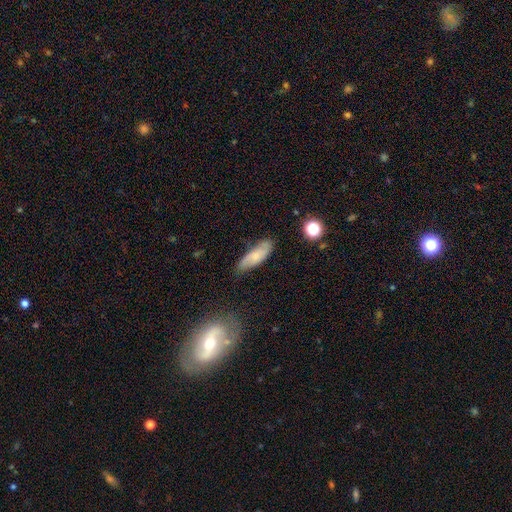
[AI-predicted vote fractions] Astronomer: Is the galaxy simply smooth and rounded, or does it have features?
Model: smooth — 63%.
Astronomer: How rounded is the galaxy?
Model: in between — 61% (runner-up: cigar-shaped, 36%).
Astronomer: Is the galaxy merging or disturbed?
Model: none — 66%.